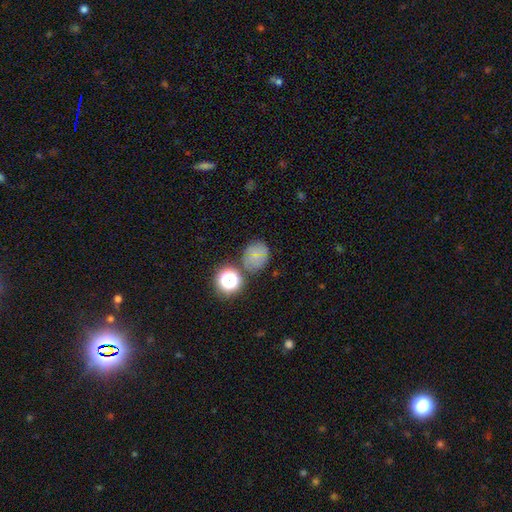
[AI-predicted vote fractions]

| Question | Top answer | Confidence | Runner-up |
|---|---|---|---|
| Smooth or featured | smooth | 60% | star or artifact (22%) |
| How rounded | round | 72% | in between (27%) |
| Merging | none | 69% | minor disturbance (16%) |